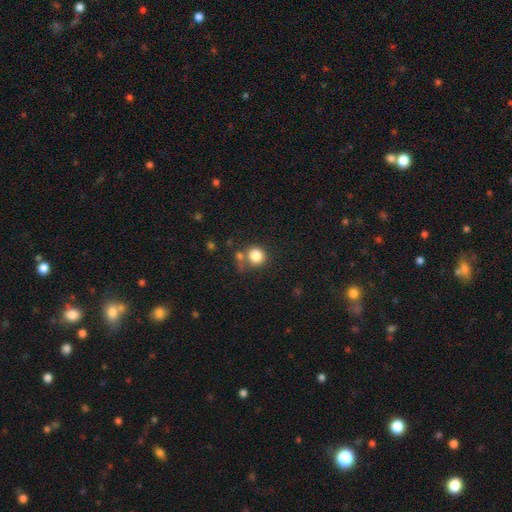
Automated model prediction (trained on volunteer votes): The model was most divided on "merging": none: 62%, merger: 19%, minor disturbance: 14%, major disturbance: 6%. More confident: how rounded — round (88%); smooth or featured — smooth (83%).